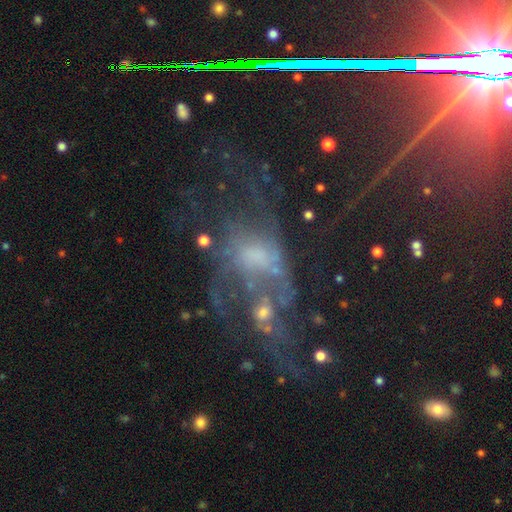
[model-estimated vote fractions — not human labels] smooth_or_featured: featured or disk (p=0.65) [alt: star or artifact p=0.19]
disk_edge_on: no (p=0.97) [alt: yes p=0.03]
bar: no (p=0.65) [alt: weak p=0.27]
has_spiral_arms: yes (p=0.57) [alt: no p=0.43]
bulge_size: small (p=0.33) [alt: moderate p=0.30]
merging: major disturbance (p=0.43) [alt: none p=0.27]